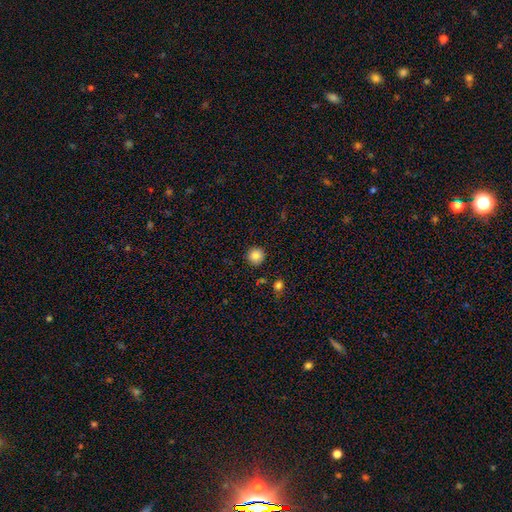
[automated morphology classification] A smooth galaxy with no disk features (87%) that is round (95%). Merging: none (91%).